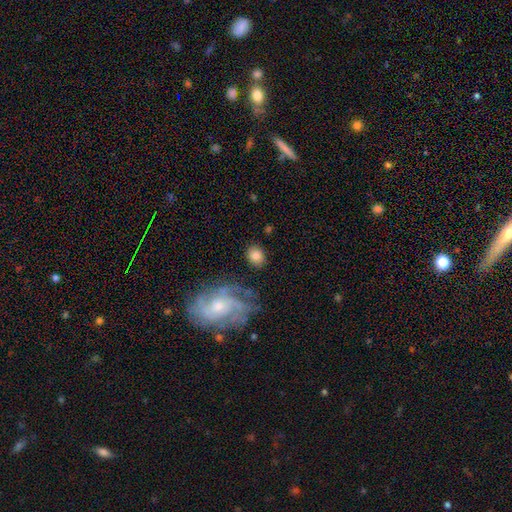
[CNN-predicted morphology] smooth 79%, featured or disk 13%, star or artifact 8%. Down the decision tree: how rounded — round (56%); merging — none (82%).